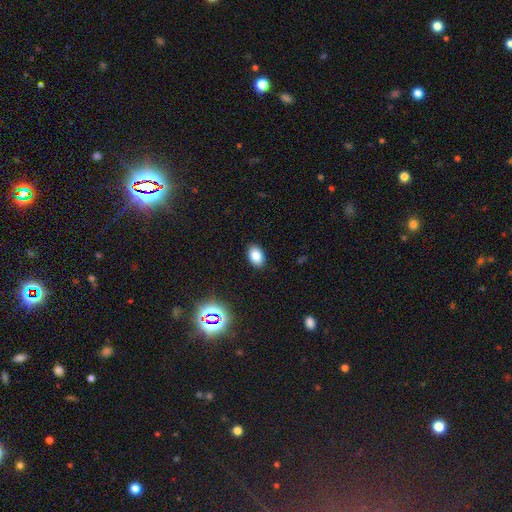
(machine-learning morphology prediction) Smooth or featured?
  - smooth: 82% *
  - star or artifact: 12%
  - featured or disk: 6%
How rounded?
  - in between: 87% *
  - round: 11%
  - cigar-shaped: 1%
Merging?
  - none: 89% *
  - minor disturbance: 8%
  - major disturbance: 2%
  - merger: 1%